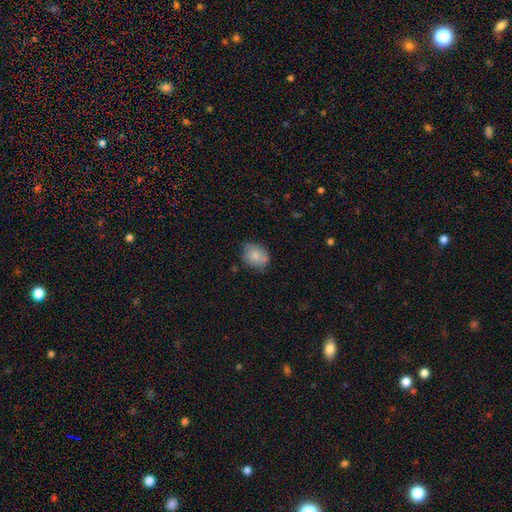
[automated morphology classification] smooth_or_featured: smooth (p=0.80) [alt: featured or disk p=0.12]
how_rounded: in between (p=0.50) [alt: round p=0.49]
merging: none (p=0.61) [alt: minor disturbance p=0.30]